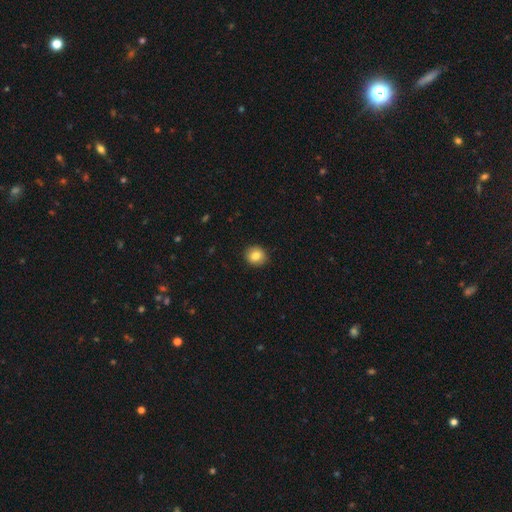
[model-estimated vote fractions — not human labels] This is clearly a smooth galaxy (82%). How rounded: clearly round (83%). Merging: clearly none (92%).